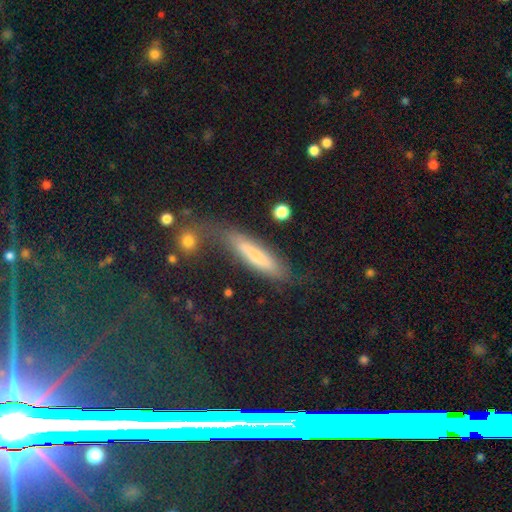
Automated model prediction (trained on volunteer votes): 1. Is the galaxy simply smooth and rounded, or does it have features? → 67% smooth, 24% featured or disk, 8% star or artifact.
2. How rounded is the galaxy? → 81% cigar-shaped, 17% in between, 2% round.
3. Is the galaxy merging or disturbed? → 54% none, 24% minor disturbance, 13% major disturbance, 9% merger.